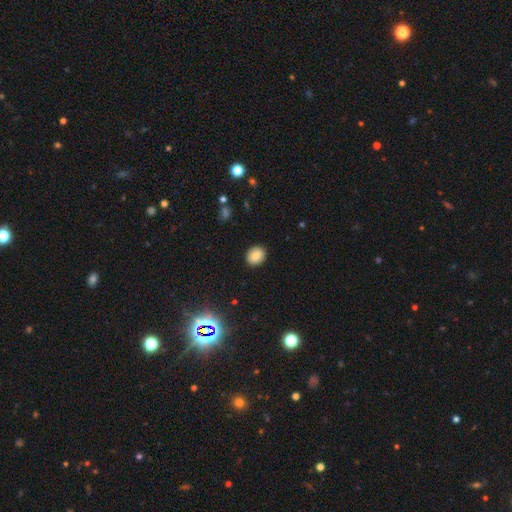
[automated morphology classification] smooth_or_featured: smooth (p=0.83) [alt: star or artifact p=0.10]
how_rounded: round (p=0.56) [alt: in between p=0.43]
merging: none (p=0.90) [alt: minor disturbance p=0.07]